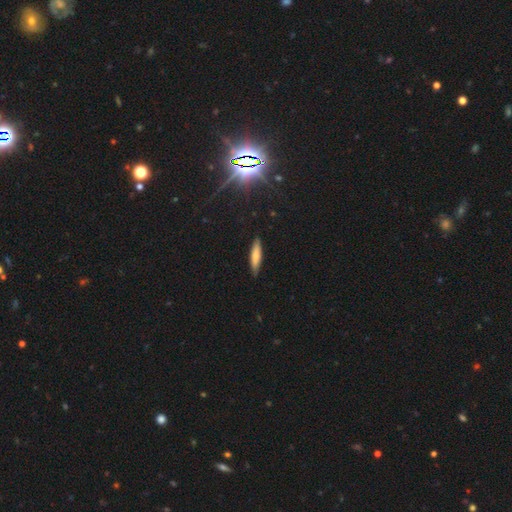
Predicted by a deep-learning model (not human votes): This appears to be a smooth galaxy with no disk features (71%) that is cigar-shaped (80%). Merging: none (87%).